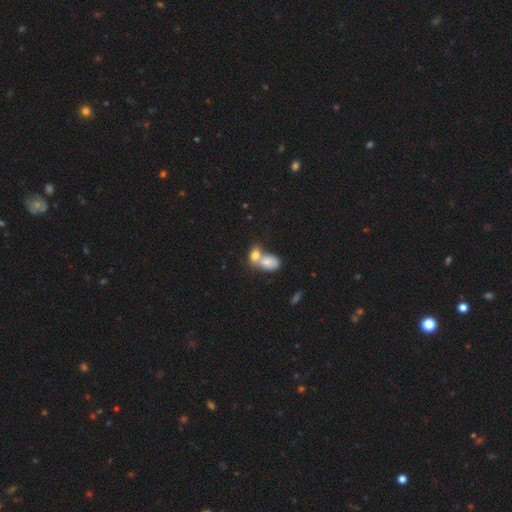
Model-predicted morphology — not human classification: Smooth or featured?
  - smooth: 77% *
  - featured or disk: 14%
  - star or artifact: 9%
How rounded?
  - in between: 74% *
  - round: 23%
  - cigar-shaped: 2%
Merging?
  - merger: 70% *
  - none: 20%
  - minor disturbance: 7%
  - major disturbance: 3%